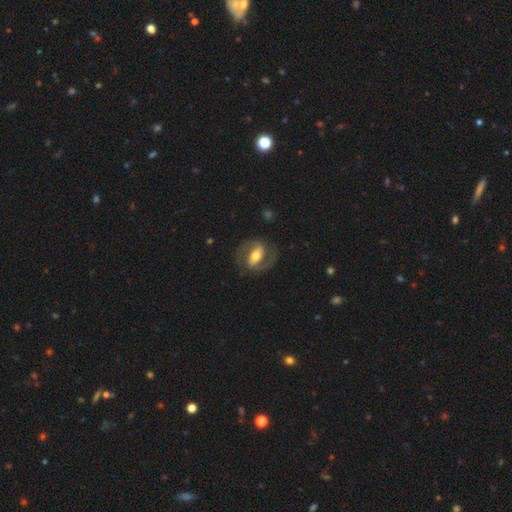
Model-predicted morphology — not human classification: Smooth or featured?
  - featured or disk: 81% *
  - smooth: 14%
  - star or artifact: 5%
Edge-on disk?
  - no: 95% *
  - yes: 5%
Bar?
  - strong: 55% *
  - weak: 29%
  - no: 16%
Spiral arms?
  - yes: 90% *
  - no: 10%
Spiral winding?
  - medium: 54% *
  - tight: 27%
  - loose: 19%
Spiral arm count?
  - 2: 90% *
  - can't tell: 4%
  - 1: 3%
  - 3: 1%
  - 4: 1%
  - more than 4: 1%
Bulge size?
  - moderate: 67% *
  - small: 18%
  - large: 12%
  - dominant: 1%
  - none: 1%
Merging?
  - none: 78% *
  - minor disturbance: 12%
  - major disturbance: 8%
  - merger: 1%